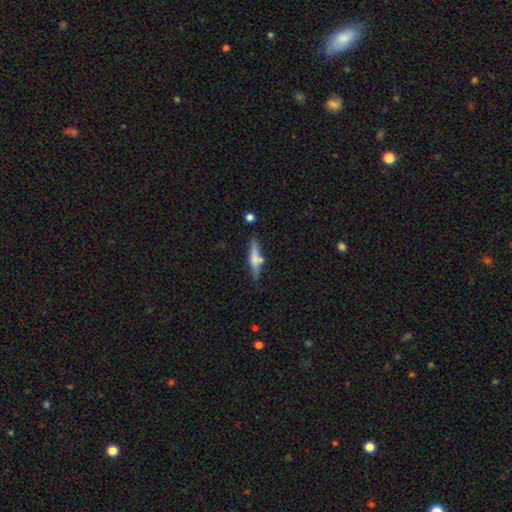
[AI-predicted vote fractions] Smooth or featured? Predicted: featured or disk (p=0.52). Edge-on disk? Predicted: yes (p=0.95). Merging? Predicted: none (p=0.76).